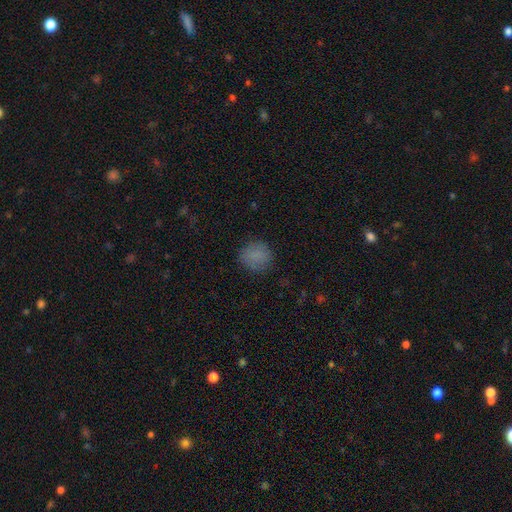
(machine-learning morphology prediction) type=smooth (82%); roundness=round (87%); merging=none (82%).